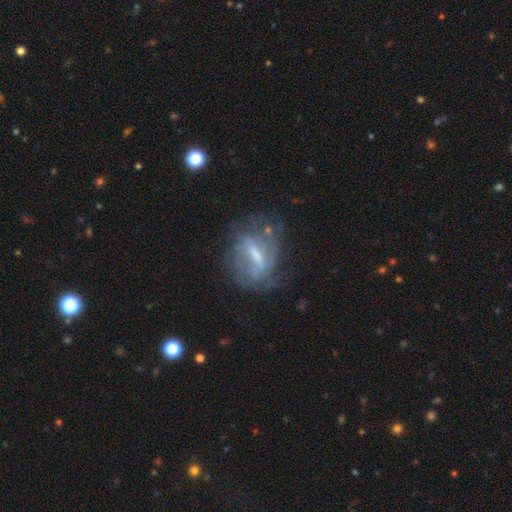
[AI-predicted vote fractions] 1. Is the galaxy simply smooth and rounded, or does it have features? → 70% featured or disk, 20% smooth, 9% star or artifact.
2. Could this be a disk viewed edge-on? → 90% no, 10% yes.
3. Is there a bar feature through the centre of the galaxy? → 50% strong, 38% weak, 12% no.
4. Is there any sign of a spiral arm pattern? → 64% yes, 36% no.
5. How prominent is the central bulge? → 39% moderate, 29% small, 23% none, 8% large, 1% dominant.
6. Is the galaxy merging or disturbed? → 56% none, 23% minor disturbance, 18% major disturbance, 3% merger.